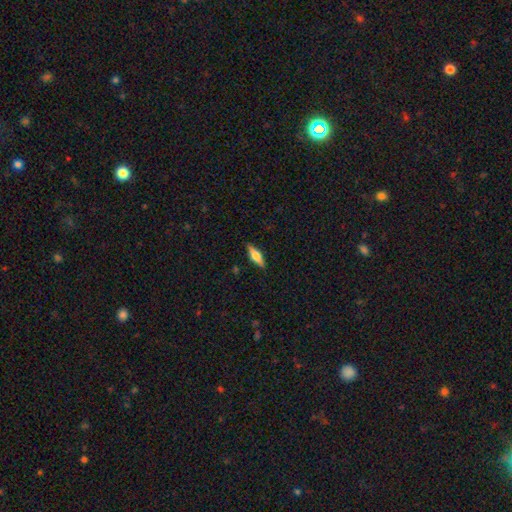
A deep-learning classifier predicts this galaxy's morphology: Smooth or featured? smooth (54%)
How rounded? cigar-shaped (51%)
Merging? none (88%)